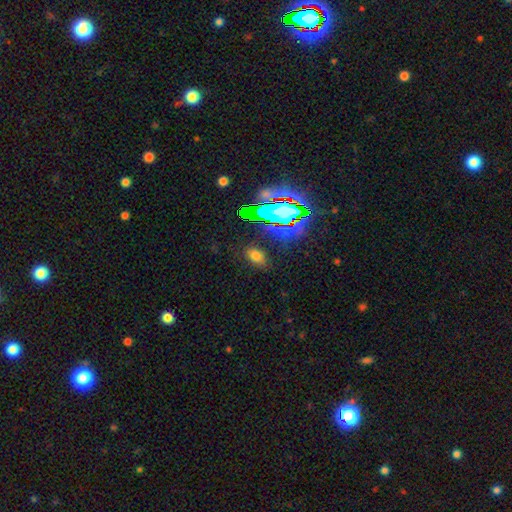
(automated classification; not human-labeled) Morphology: type=smooth (65%); roundness=in between (82%); merging=none (81%).